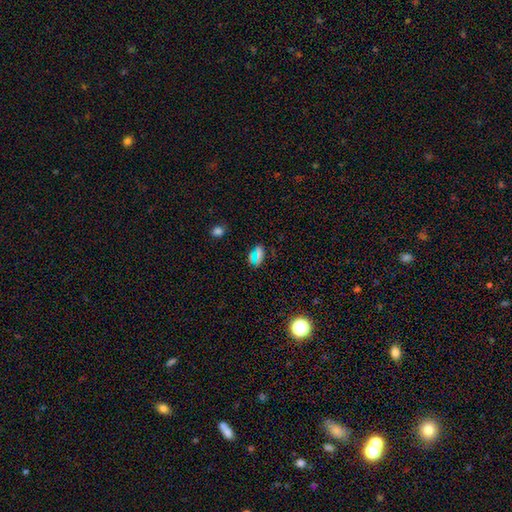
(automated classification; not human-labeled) This appears to be a smooth galaxy with no disk features (57%) that is in between round and cigar-shaped (65%). Merging: none (72%).